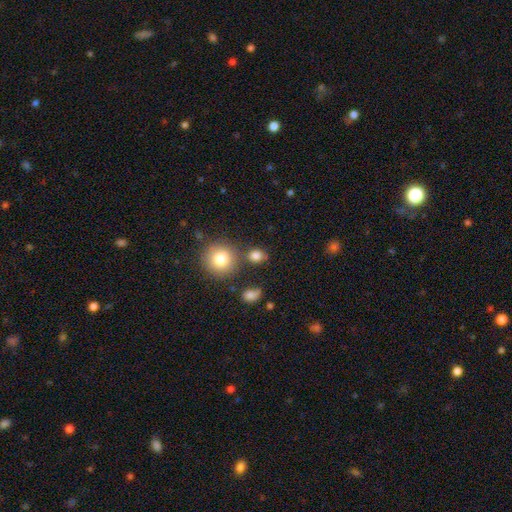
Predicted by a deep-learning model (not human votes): Smooth or featured: smooth — 81% (star or artifact — 12%)
How rounded: round — 67% (in between — 31%)
Merging: none — 71% (minor disturbance — 13%)